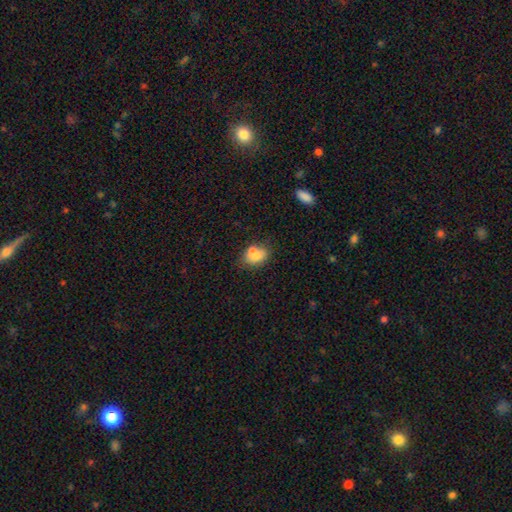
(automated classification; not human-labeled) Morphology: type=smooth (73%); roundness=in between (70%); merging=none (48%).